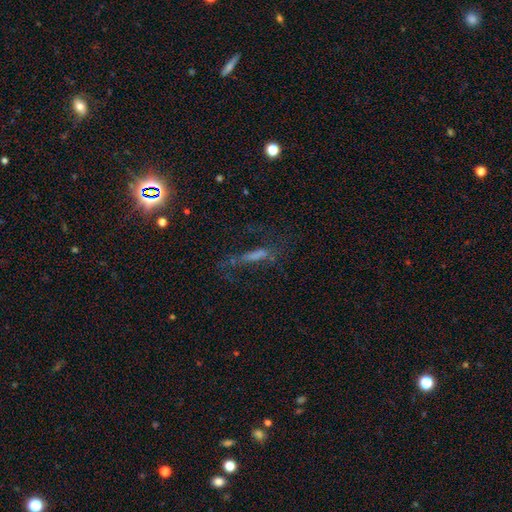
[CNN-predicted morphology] A featured or disk galaxy (38%).

Vote fractions:
- Smooth or featured? featured or disk: 38% / smooth: 35% / star or artifact: 27%
- Merging? none: 50% / major disturbance: 26% / minor disturbance: 20% / merger: 4%